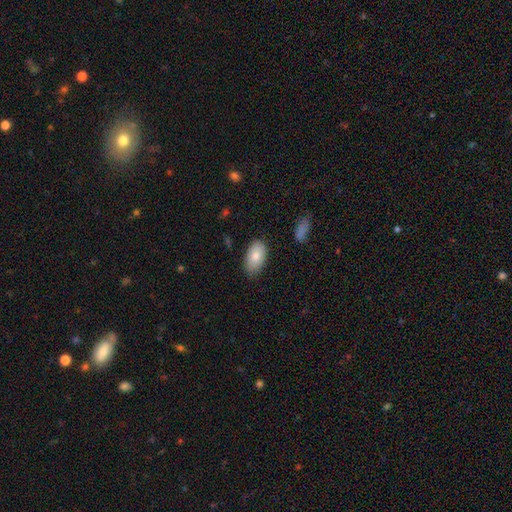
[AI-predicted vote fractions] Smooth or featured? smooth (82%)
How rounded? in between (94%)
Merging? none (80%)